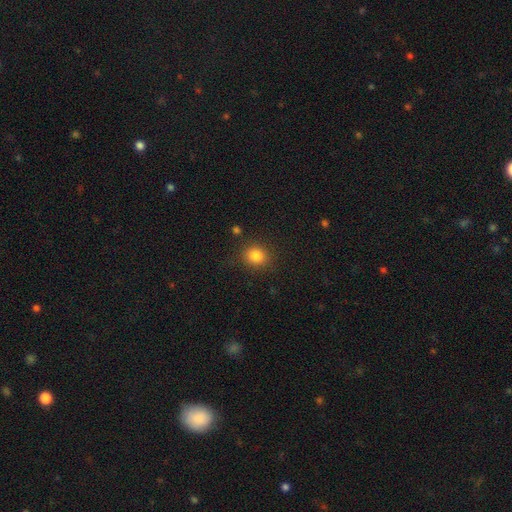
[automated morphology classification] The model was most divided on "how rounded": round: 78%, in between: 21%, cigar-shaped: 1%. More confident: merging — none (85%); smooth or featured — smooth (84%).